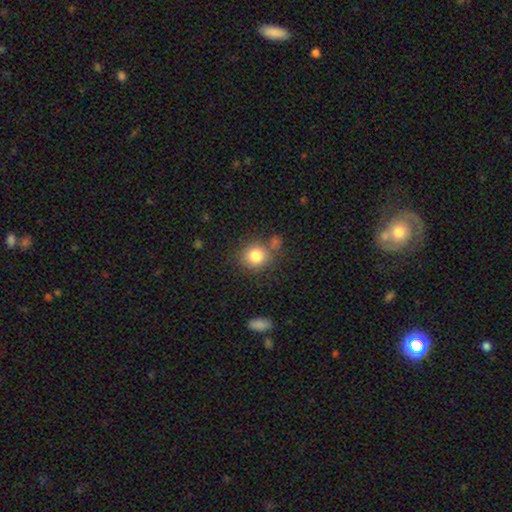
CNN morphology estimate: Q: Smooth or featured?
A: smooth (82%); runner-up: star or artifact (10%)
Q: How rounded?
A: round (81%); runner-up: in between (18%)
Q: Merging?
A: none (73%); runner-up: minor disturbance (12%)